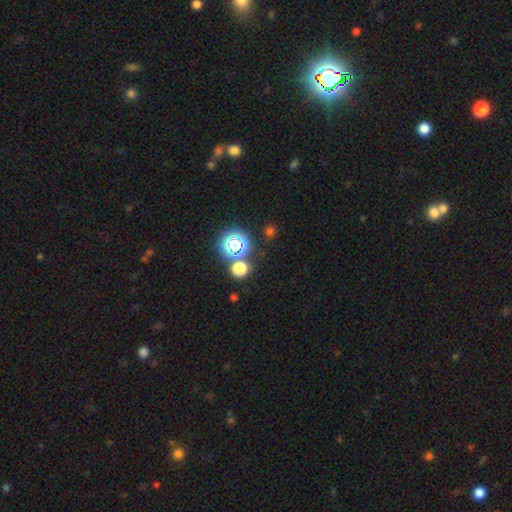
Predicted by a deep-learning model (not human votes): Smooth or featured?
  - star or artifact: 65% *
  - smooth: 26%
  - featured or disk: 9%